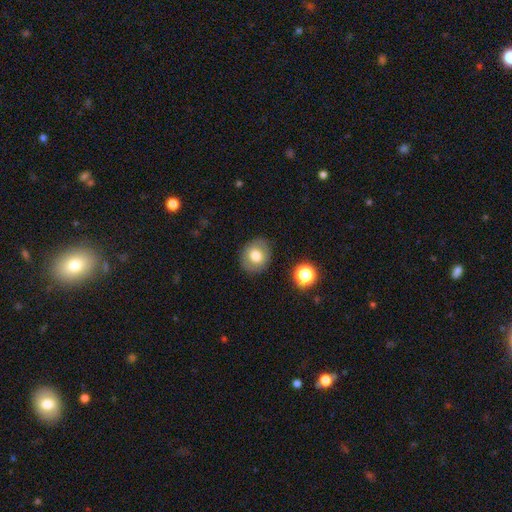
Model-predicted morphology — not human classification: A smooth galaxy with no disk features (74%) that is round (67%). Merging: none (85%).